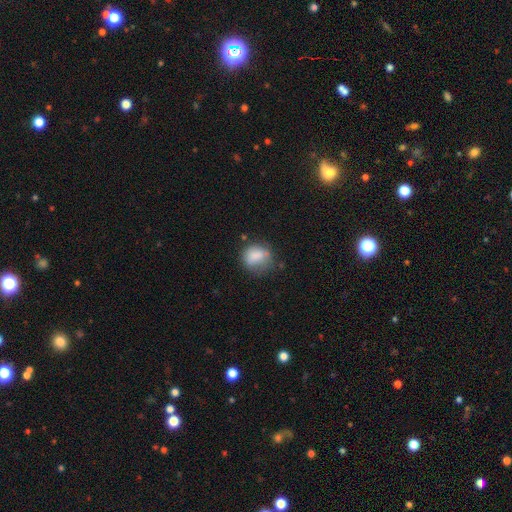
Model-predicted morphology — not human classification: This is likely a smooth galaxy (78%). How rounded: likely round (62%). Merging: possibly none (49%).